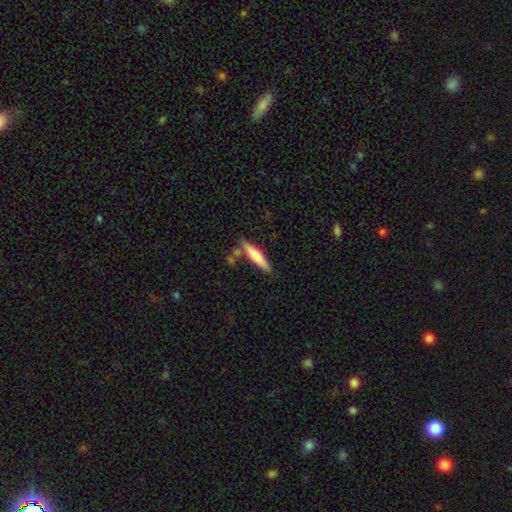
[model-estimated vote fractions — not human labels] Smooth or featured: smooth — 67% (featured or disk — 28%)
How rounded: cigar-shaped — 83% (in between — 15%)
Merging: none — 75% (minor disturbance — 14%)